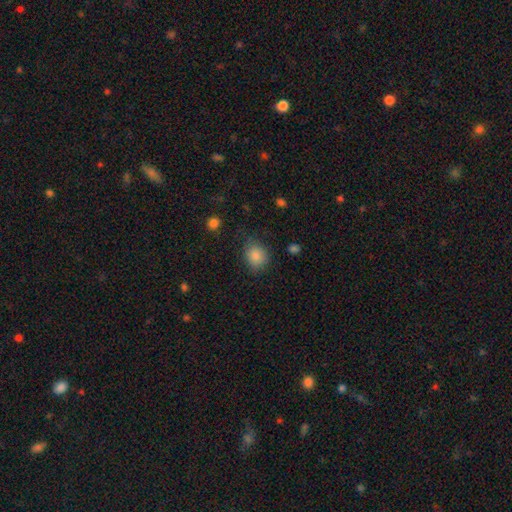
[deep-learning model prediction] smooth-or-featured: smooth: 86% | star or artifact: 9% | featured or disk: 5%
  how-rounded: round: 61% | in between: 38% | cigar-shaped: 1%
  merging: none: 75% | minor disturbance: 18% | major disturbance: 5% | merger: 2%